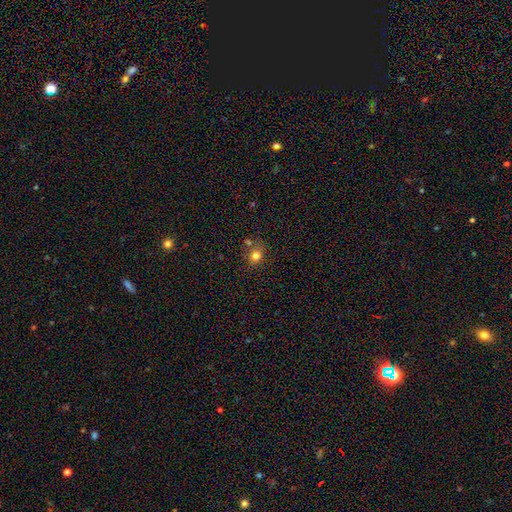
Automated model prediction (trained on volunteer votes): A smooth galaxy with no disk features (79%) that is round (60%).

Vote fractions:
- Smooth or featured? smooth: 79% / star or artifact: 13% / featured or disk: 8%
- How rounded? round: 60% / in between: 39% / cigar-shaped: 1%
- Merging? none: 64% / minor disturbance: 17% / merger: 14% / major disturbance: 5%